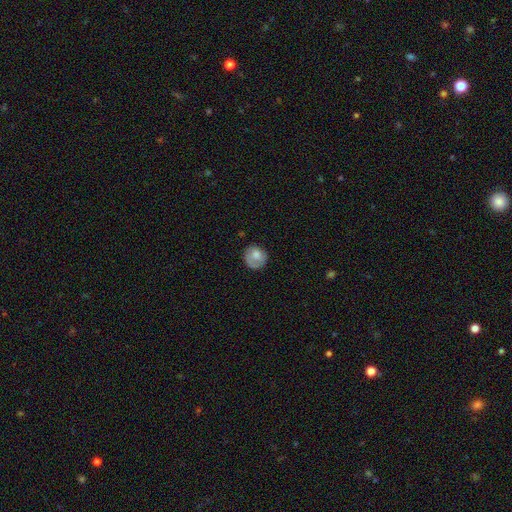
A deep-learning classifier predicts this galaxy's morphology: Smooth or featured? smooth (66%)
How rounded? round (80%)
Merging? none (64%)